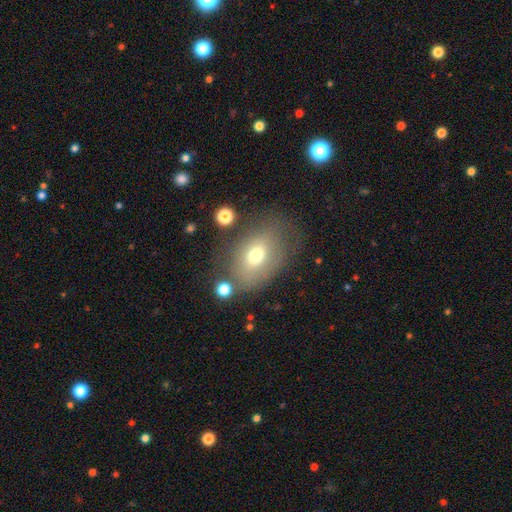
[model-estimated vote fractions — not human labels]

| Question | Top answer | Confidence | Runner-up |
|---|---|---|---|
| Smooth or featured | smooth | 65% | featured or disk (24%) |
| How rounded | in between | 77% | round (22%) |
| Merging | none | 58% | minor disturbance (23%) |